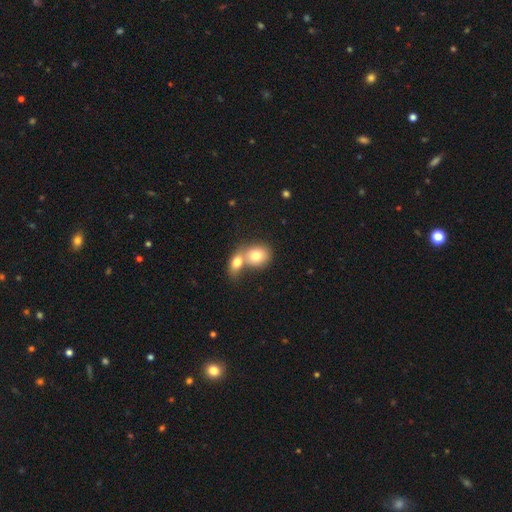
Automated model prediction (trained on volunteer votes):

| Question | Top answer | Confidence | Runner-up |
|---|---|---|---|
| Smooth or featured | smooth | 77% | featured or disk (15%) |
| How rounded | round | 53% | in between (46%) |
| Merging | merger | 67% | none (24%) |